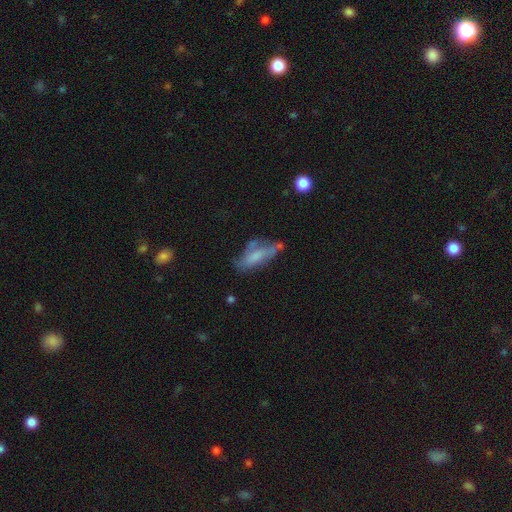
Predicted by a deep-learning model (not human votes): This is possibly a smooth galaxy (55%). How rounded: likely in between (63%). Merging: marginally none (41%).